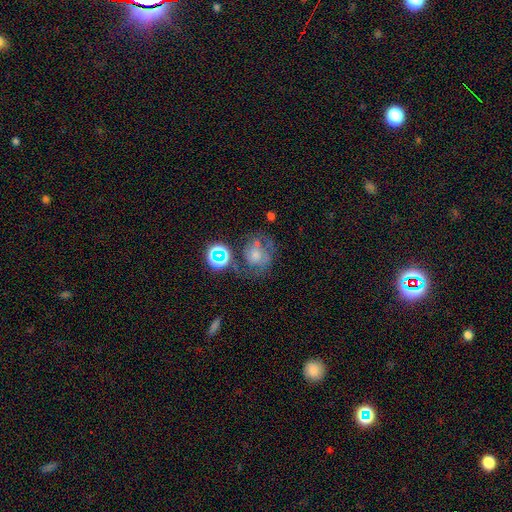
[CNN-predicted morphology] A featured or disk galaxy (46%).

Vote fractions:
- Smooth or featured? featured or disk: 46% / smooth: 31% / star or artifact: 23%
- Merging? none: 50% / minor disturbance: 21% / major disturbance: 18% / merger: 10%